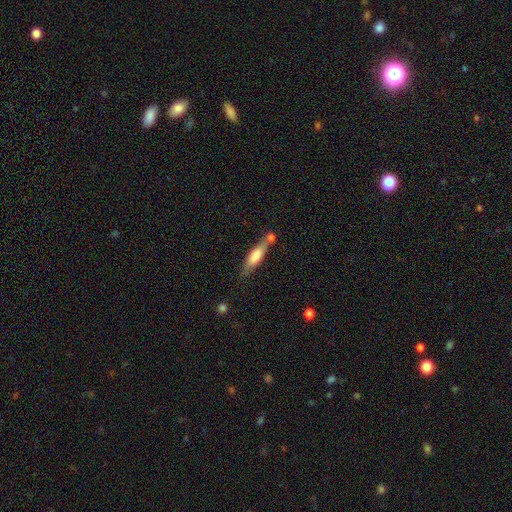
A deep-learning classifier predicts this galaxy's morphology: This appears to be a smooth galaxy with no disk features (66%) that is cigar-shaped (70%). Merging: none (55%).